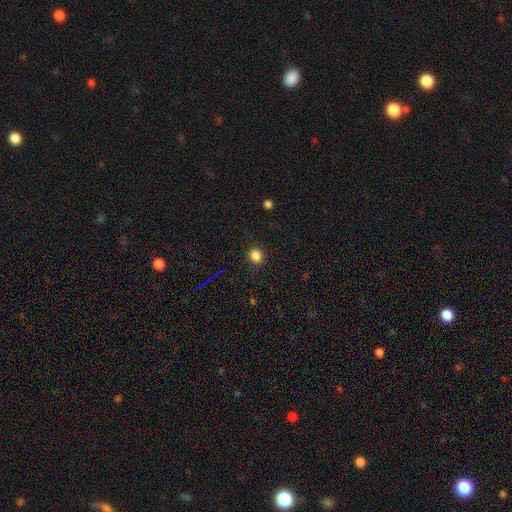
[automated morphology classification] smooth_or_featured: smooth (p=0.83) [alt: star or artifact p=0.13]
how_rounded: round (p=0.88) [alt: in between p=0.11]
merging: none (p=0.90) [alt: minor disturbance p=0.07]